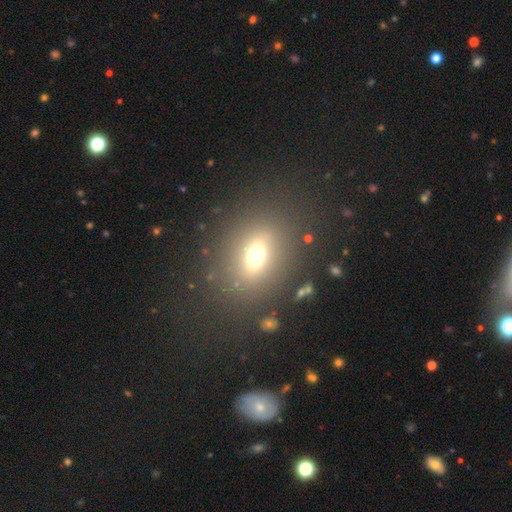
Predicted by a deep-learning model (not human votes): smooth-or-featured: smooth: 64% | featured or disk: 18% | star or artifact: 18%
  how-rounded: in between: 60% | round: 36% | cigar-shaped: 4%
  merging: none: 81% | minor disturbance: 9% | major disturbance: 6% | merger: 3%